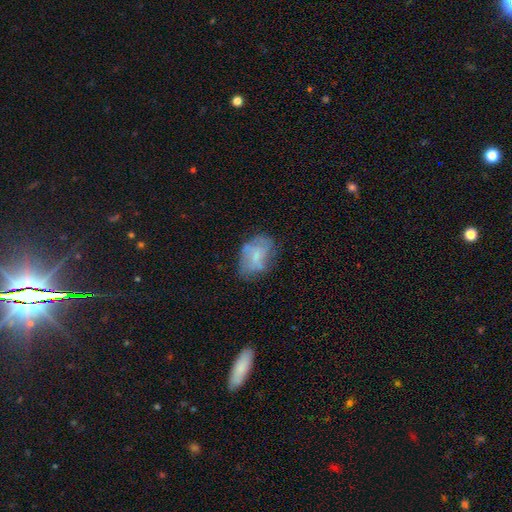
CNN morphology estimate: A smooth galaxy with no disk features (49%). Merging: none (57%).